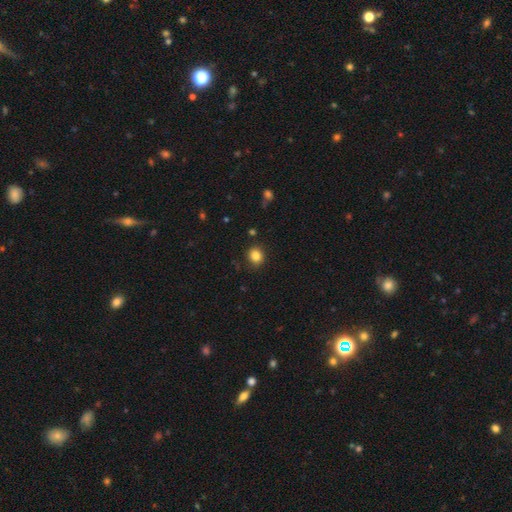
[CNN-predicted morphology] smooth_or_featured: smooth (p=0.85) [alt: star or artifact p=0.11]
how_rounded: round (p=0.75) [alt: in between p=0.24]
merging: none (p=0.88) [alt: minor disturbance p=0.08]